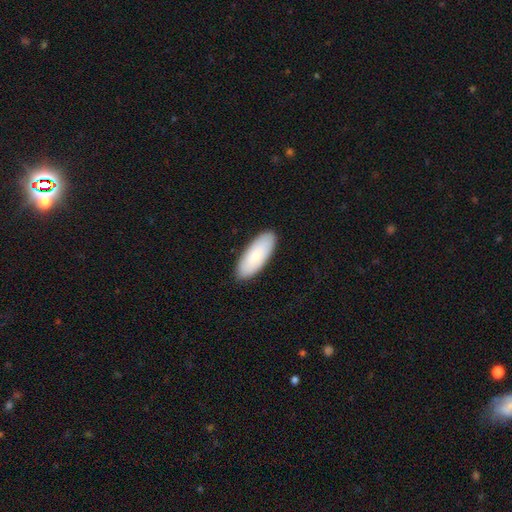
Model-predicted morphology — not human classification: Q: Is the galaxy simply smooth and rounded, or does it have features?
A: smooth — 81%.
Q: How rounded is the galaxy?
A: in between — 78%.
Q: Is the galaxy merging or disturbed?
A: none — 89%.